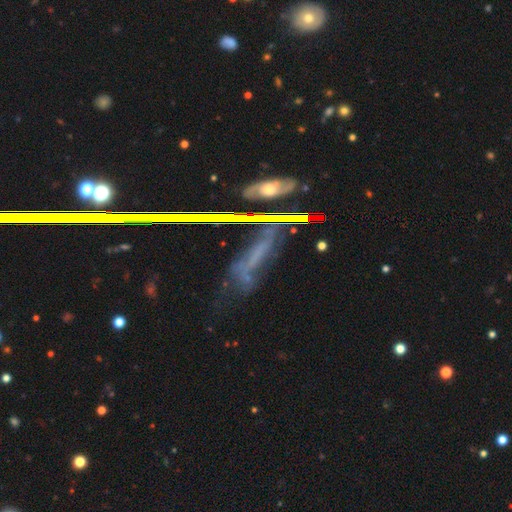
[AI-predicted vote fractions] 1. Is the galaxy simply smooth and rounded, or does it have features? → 45% featured or disk, 35% star or artifact, 20% smooth.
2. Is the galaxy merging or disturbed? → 53% none, 18% minor disturbance, 15% major disturbance, 13% merger.